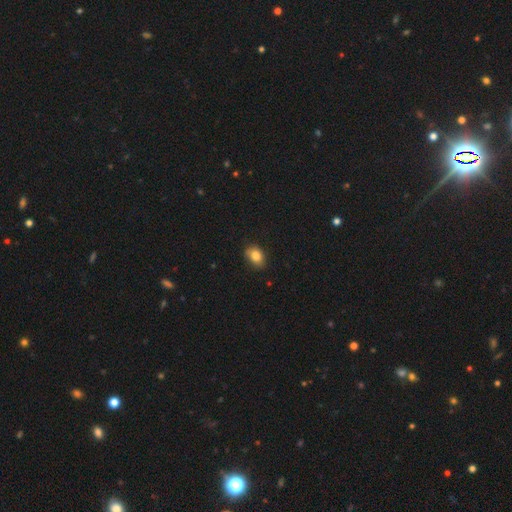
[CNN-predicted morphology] Smooth or featured: smooth — 85% (star or artifact — 9%)
How rounded: in between — 74% (round — 25%)
Merging: none — 82% (minor disturbance — 15%)